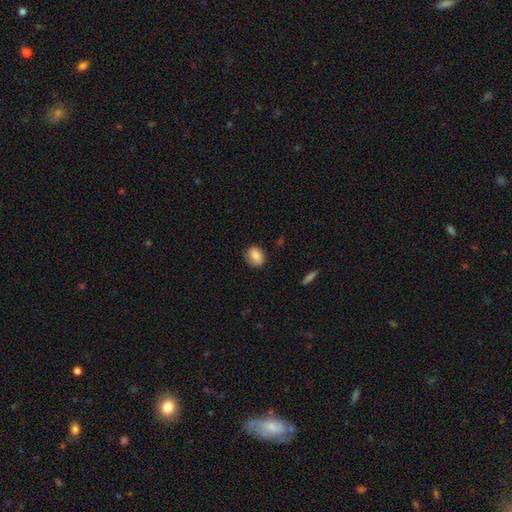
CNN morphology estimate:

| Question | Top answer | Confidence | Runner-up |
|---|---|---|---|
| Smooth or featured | smooth | 78% | featured or disk (14%) |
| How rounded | round | 50% | in between (48%) |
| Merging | none | 81% | minor disturbance (15%) |